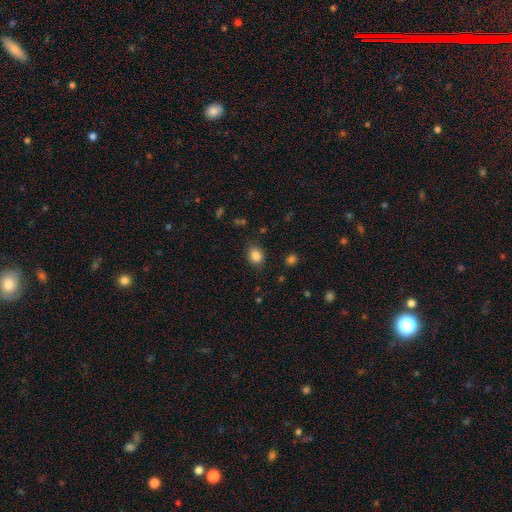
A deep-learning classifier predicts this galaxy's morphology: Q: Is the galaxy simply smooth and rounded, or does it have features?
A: smooth — 85%.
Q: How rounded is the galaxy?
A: in between — 58%.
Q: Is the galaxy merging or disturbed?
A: none — 84%.